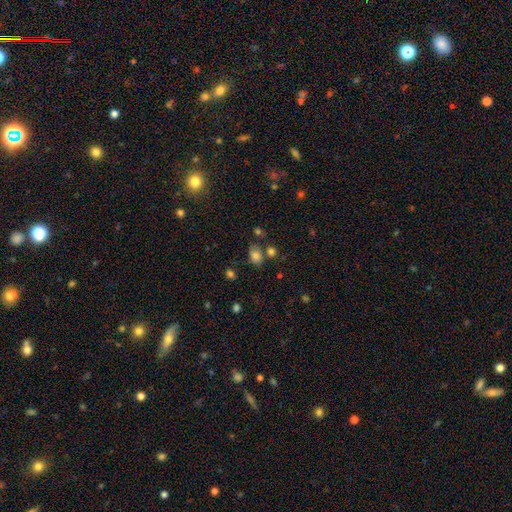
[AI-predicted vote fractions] Q: Smooth or featured?
A: smooth (76%); runner-up: star or artifact (14%)
Q: How rounded?
A: in between (66%); runner-up: round (33%)
Q: Merging?
A: none (60%); runner-up: minor disturbance (19%)